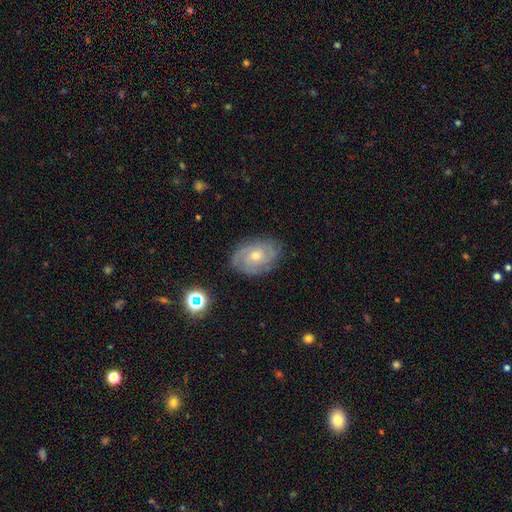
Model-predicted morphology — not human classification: smooth_or_featured: featured or disk (p=0.76) [alt: smooth p=0.15]
disk_edge_on: no (p=0.96) [alt: yes p=0.04]
bar: no (p=0.75) [alt: weak p=0.22]
has_spiral_arms: yes (p=0.92) [alt: no p=0.08]
spiral_winding: tight (p=0.66) [alt: medium p=0.27]
spiral_arm_count: can't tell (p=0.33) [alt: 2 p=0.29]
bulge_size: moderate (p=0.49) [alt: small p=0.48]
merging: none (p=0.81) [alt: minor disturbance p=0.14]